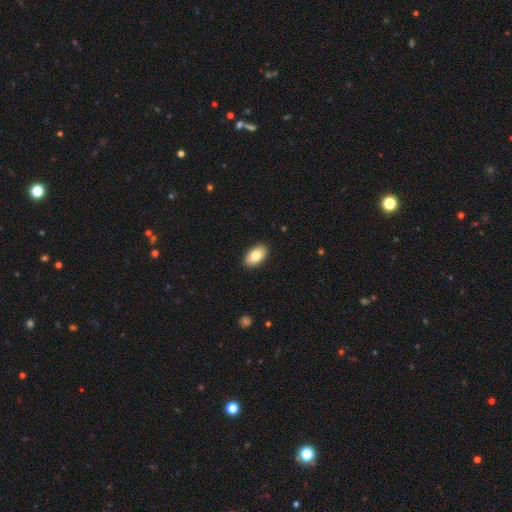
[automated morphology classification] This appears to be a smooth galaxy with no disk features (81%) that is in between round and cigar-shaped (94%). Merging: none (90%).